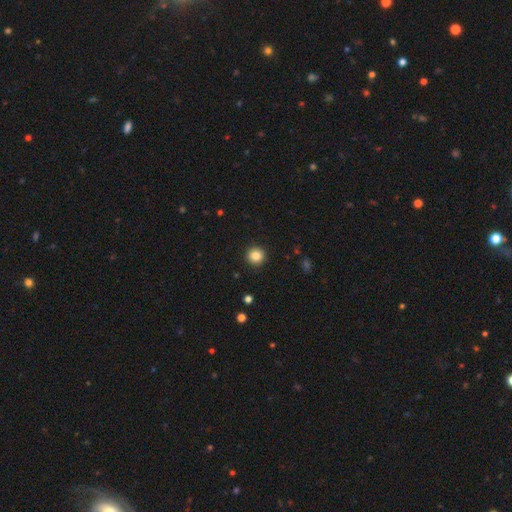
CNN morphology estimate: Smooth or featured? smooth (84%)
How rounded? round (95%)
Merging? none (93%)